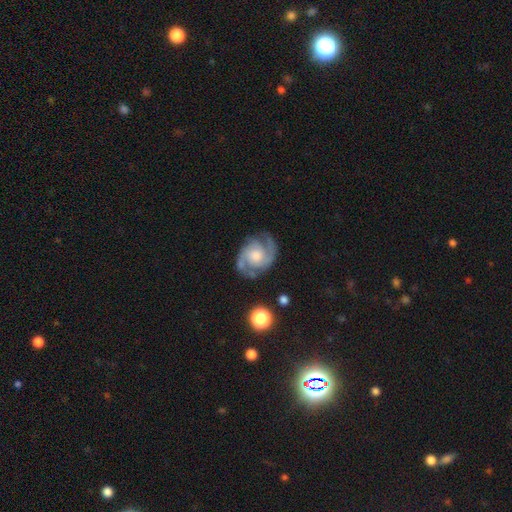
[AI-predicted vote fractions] A featured or disk galaxy (88%) with no bar (67%), 2 (87%) medium (51%) spiral arms (97%) and a moderate central bulge (48%). Merging: none (76%).